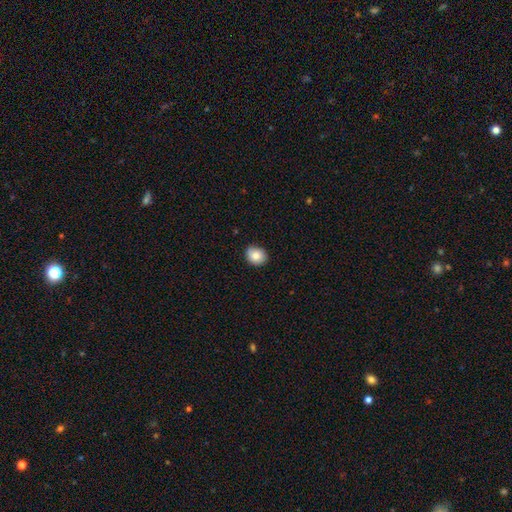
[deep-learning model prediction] smooth 85%, star or artifact 8%, featured or disk 7%. Down the decision tree: how rounded — round (62%); merging — none (84%).